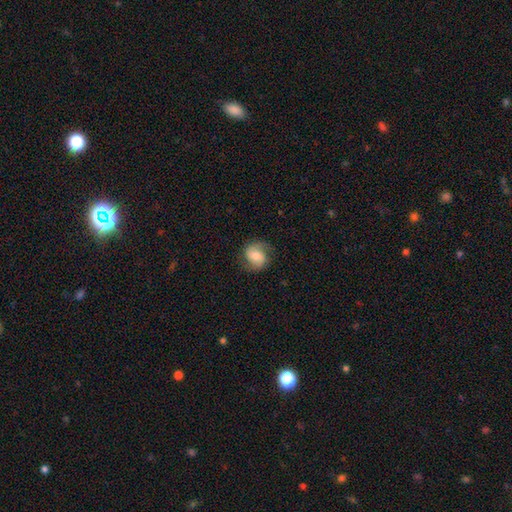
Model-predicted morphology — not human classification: Smooth or featured? featured or disk (65%)
Edge-on disk? no (98%)
Bar? no (48%)
Spiral arms? yes (93%)
Spiral winding? medium (48%)
Spiral arm count? 2 (88%)
Bulge size? moderate (52%)
Merging? none (79%)